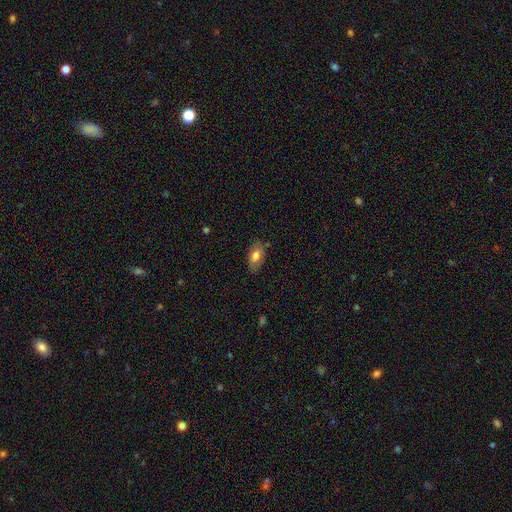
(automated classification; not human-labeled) Smooth or featured? Predicted: smooth (p=0.74). How rounded? Predicted: in between (p=0.91). Merging? Predicted: none (p=0.76).